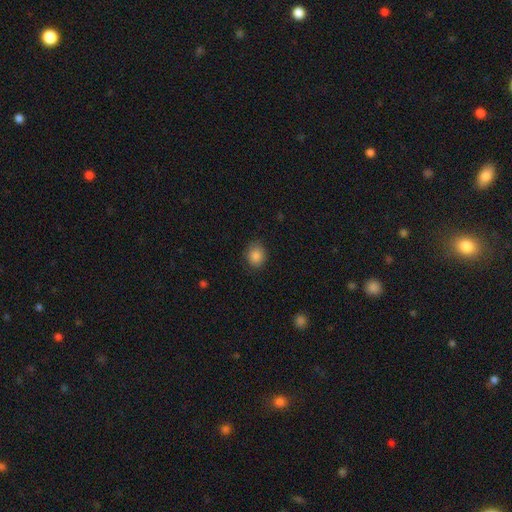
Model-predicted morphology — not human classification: Q: Smooth or featured?
A: smooth (87%); runner-up: star or artifact (9%)
Q: How rounded?
A: round (70%); runner-up: in between (29%)
Q: Merging?
A: none (83%); runner-up: minor disturbance (13%)